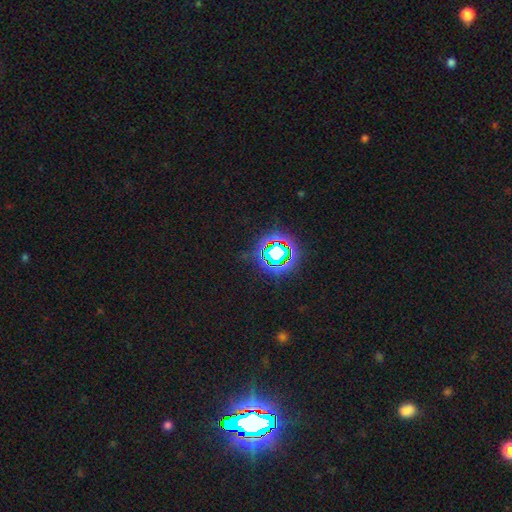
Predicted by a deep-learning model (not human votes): Smooth or featured? star or artifact (80%)